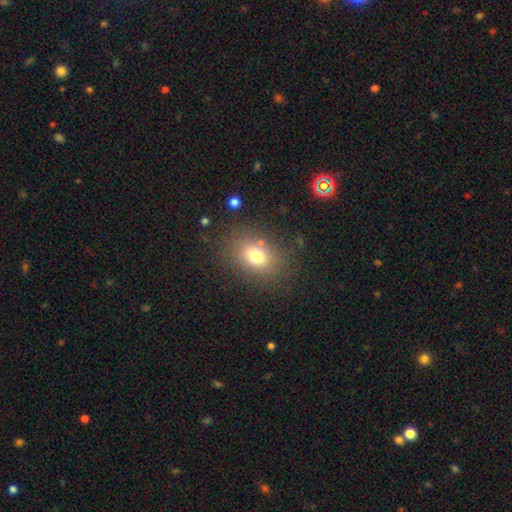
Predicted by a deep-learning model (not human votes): smooth-or-featured: smooth: 75% | star or artifact: 13% | featured or disk: 12%
  how-rounded: in between: 64% | round: 35% | cigar-shaped: 1%
  merging: none: 78% | minor disturbance: 12% | major disturbance: 6% | merger: 3%